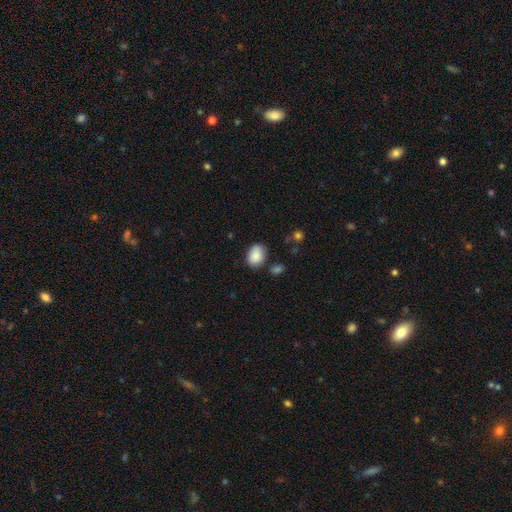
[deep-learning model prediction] The model was most divided on "how rounded": in between: 73%, round: 26%, cigar-shaped: 1%. More confident: smooth or featured — smooth (87%); merging — none (72%).